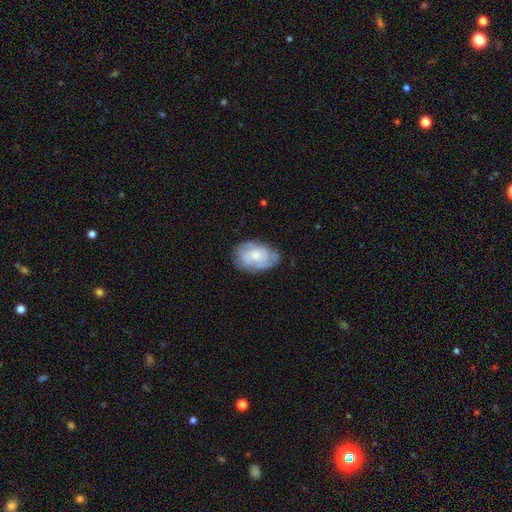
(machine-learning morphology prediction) A featured or disk galaxy (56%) with no bar (78%), spiral arms (75%) and a moderate central bulge (47%). Merging: none (67%).